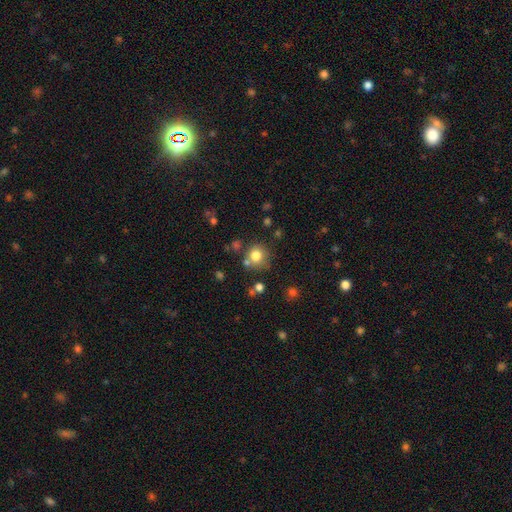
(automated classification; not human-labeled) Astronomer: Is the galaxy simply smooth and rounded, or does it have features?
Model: smooth — 78%.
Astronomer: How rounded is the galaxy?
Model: round — 90%.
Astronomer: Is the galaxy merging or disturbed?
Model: none — 72%.